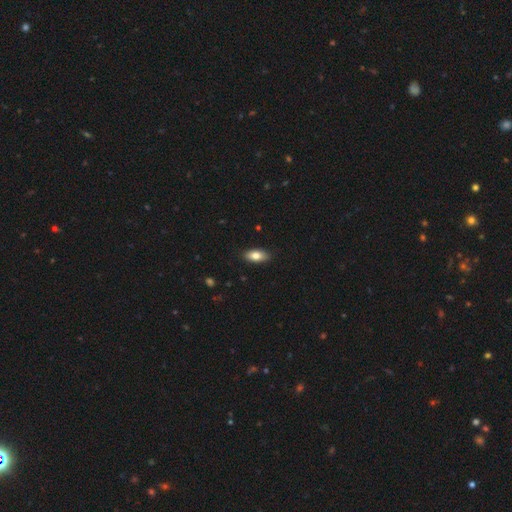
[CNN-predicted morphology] Smooth or featured: smooth — 80% (featured or disk — 13%)
How rounded: in between — 89% (cigar-shaped — 8%)
Merging: none — 87% (minor disturbance — 10%)